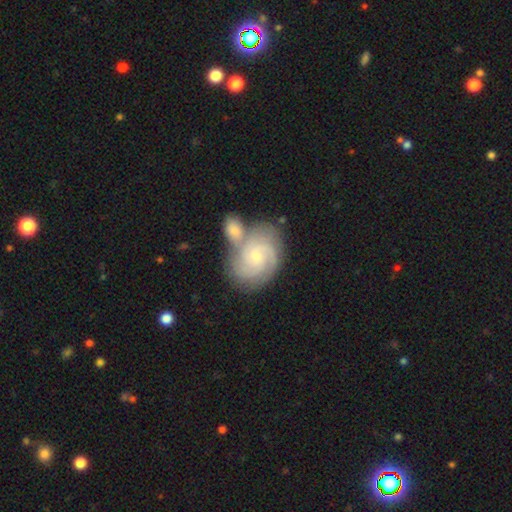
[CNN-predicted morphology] smooth_or_featured: featured or disk (p=0.78) [alt: smooth p=0.16]
disk_edge_on: no (p=0.97) [alt: yes p=0.03]
bar: no (p=0.66) [alt: weak p=0.30]
has_spiral_arms: yes (p=0.95) [alt: no p=0.05]
spiral_winding: tight (p=0.63) [alt: medium p=0.31]
spiral_arm_count: 2 (p=0.32) [alt: 3 p=0.28]
bulge_size: small (p=0.62) [alt: moderate p=0.32]
merging: none (p=0.43) [alt: merger p=0.39]